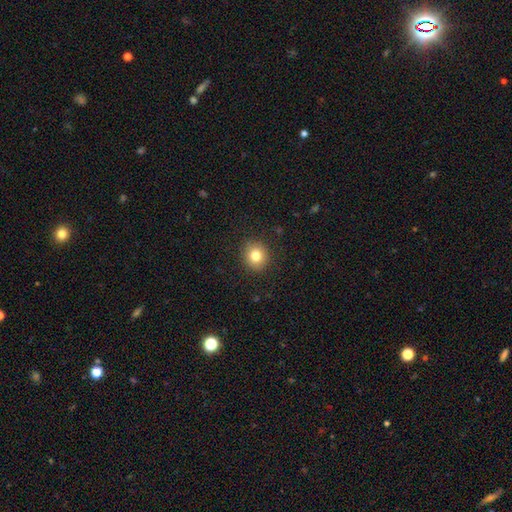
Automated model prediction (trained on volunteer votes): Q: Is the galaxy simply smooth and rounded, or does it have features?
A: smooth — 81%.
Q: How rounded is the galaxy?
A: round — 86%.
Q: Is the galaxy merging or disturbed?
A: none — 91%.